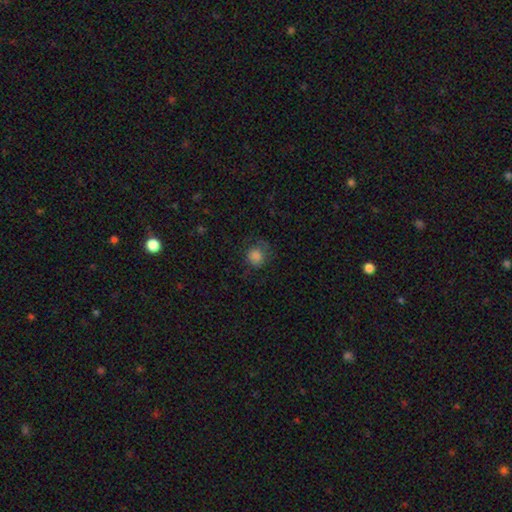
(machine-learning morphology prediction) Smooth or featured? Predicted: smooth (p=0.81). How rounded? Predicted: round (p=0.83). Merging? Predicted: none (p=0.61).